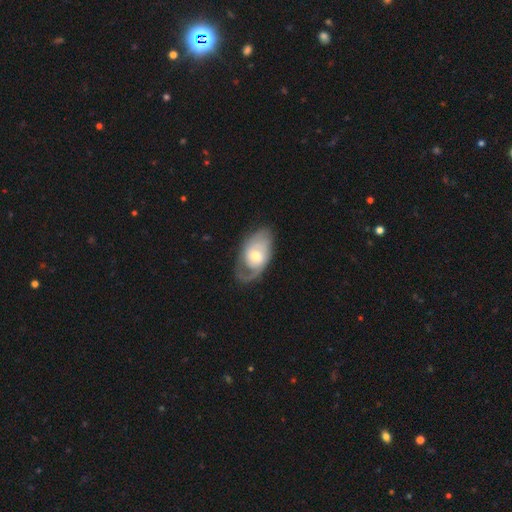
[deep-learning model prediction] This is likely a featured or disk galaxy (67%). It is clearly not viewed edge-on (93%). Bar: likely no (74%). Spiral arm pattern: likely yes (78%). Central bulge: possibly moderate (59%). Merging: possibly none (57%).